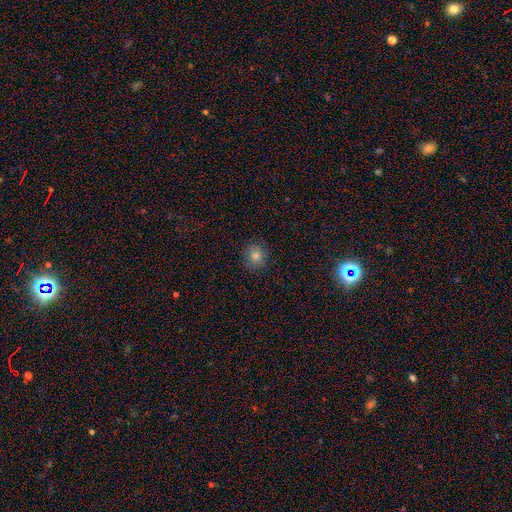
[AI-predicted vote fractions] Morphology: type=smooth (74%); roundness=round (87%); merging=none (88%).